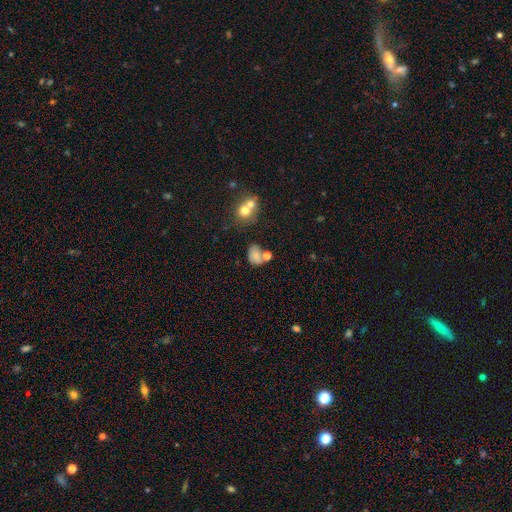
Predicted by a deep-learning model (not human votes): Q: Smooth or featured?
A: smooth (70%); runner-up: featured or disk (17%)
Q: How rounded?
A: in between (67%); runner-up: round (32%)
Q: Merging?
A: none (40%); runner-up: merger (27%)